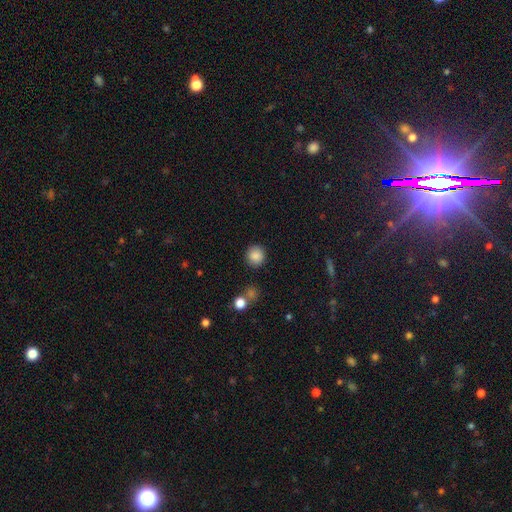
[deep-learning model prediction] Smooth or featured? Predicted: smooth (p=0.86). How rounded? Predicted: round (p=0.93). Merging? Predicted: none (p=0.89).